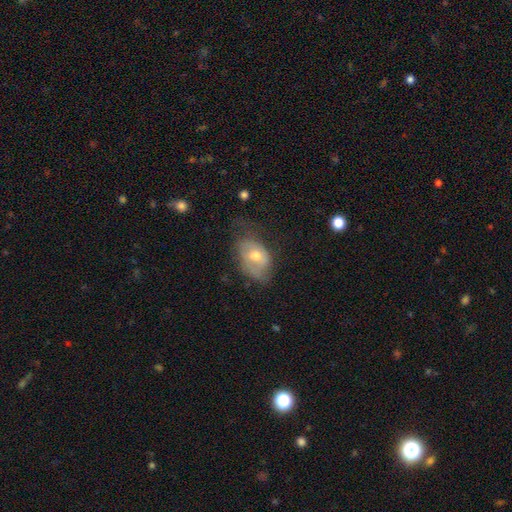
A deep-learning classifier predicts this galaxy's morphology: Smooth or featured: smooth — 51% (featured or disk — 42%)
How rounded: in between — 83% (round — 15%)
Merging: none — 42% (minor disturbance — 33%)